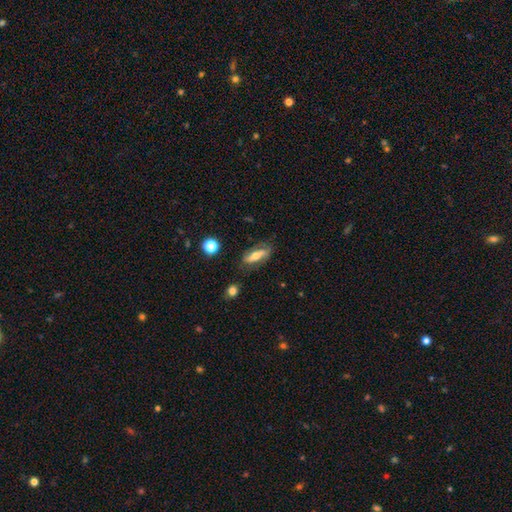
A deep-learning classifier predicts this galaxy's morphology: featured or disk 51%, smooth 41%, star or artifact 8%. Down the decision tree: edge-on disk — no (66%); merging — none (72%).